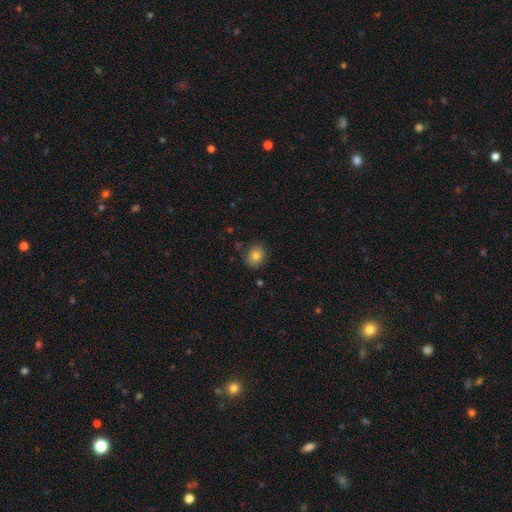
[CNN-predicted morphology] Smooth or featured?
  - smooth: 80% *
  - star or artifact: 10%
  - featured or disk: 10%
How rounded?
  - round: 59% *
  - in between: 40%
  - cigar-shaped: 1%
Merging?
  - none: 84% *
  - minor disturbance: 12%
  - major disturbance: 2%
  - merger: 2%